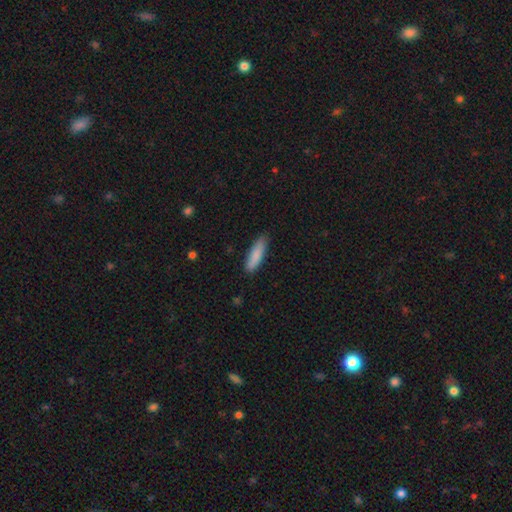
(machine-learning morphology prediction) A smooth galaxy with no disk features (86%) that is cigar-shaped (65%). Merging: none (84%).